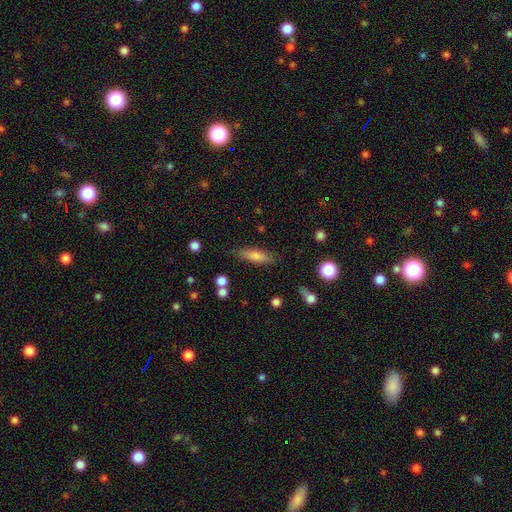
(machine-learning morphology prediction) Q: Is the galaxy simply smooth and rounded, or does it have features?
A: smooth — 68%.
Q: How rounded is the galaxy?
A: cigar-shaped — 62%.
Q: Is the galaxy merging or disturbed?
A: none — 83%.